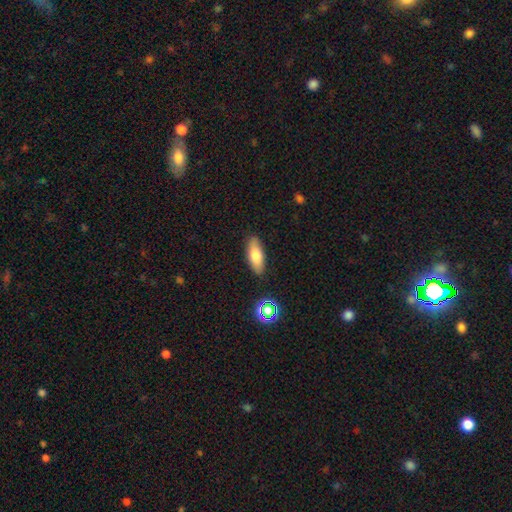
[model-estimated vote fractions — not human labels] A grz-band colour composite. It shows a smooth galaxy with no disk features (76%) that is in between round and cigar-shaped (70%). Merging: none (85%).